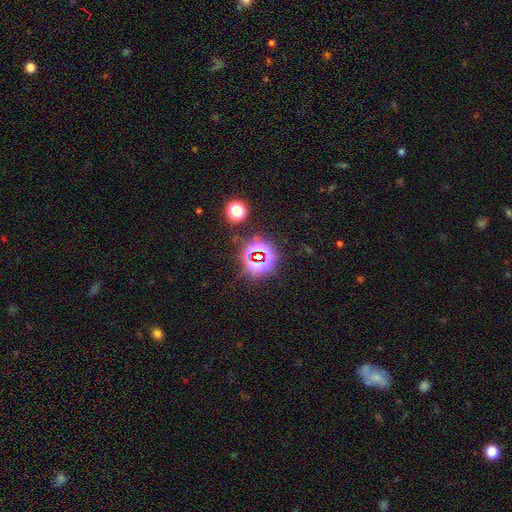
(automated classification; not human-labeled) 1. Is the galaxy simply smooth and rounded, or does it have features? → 76% star or artifact, 16% smooth, 9% featured or disk.